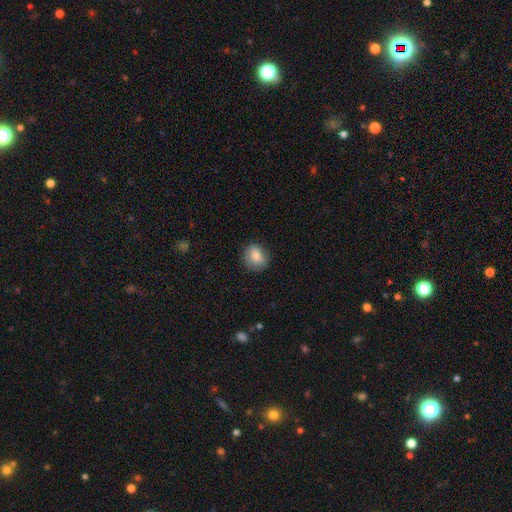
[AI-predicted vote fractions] Overall: smooth (82%). How rounded: round (72%). Merging: none (79%).